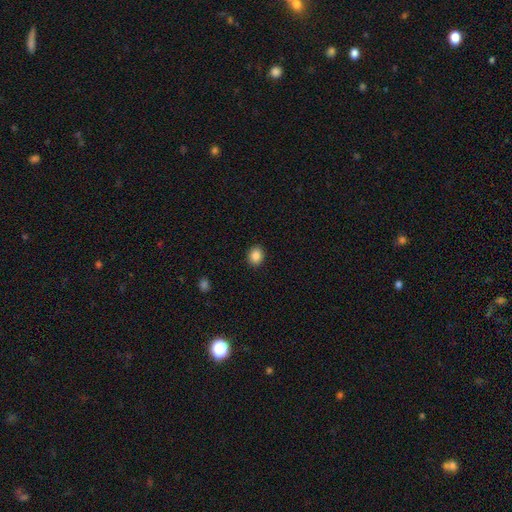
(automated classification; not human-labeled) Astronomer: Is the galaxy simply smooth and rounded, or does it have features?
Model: smooth — 87%.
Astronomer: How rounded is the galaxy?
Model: round — 63%.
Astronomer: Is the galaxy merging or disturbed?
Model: none — 91%.